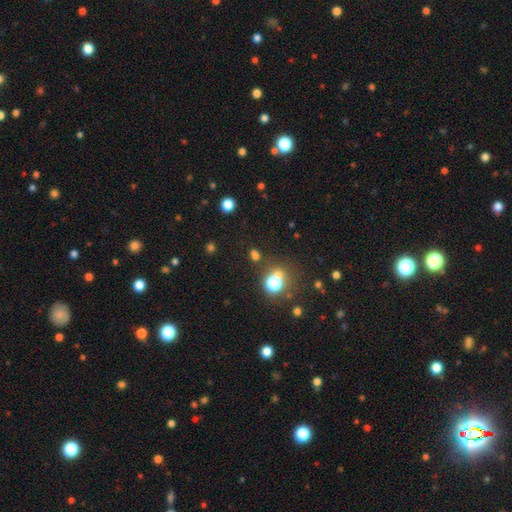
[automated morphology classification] Overall: smooth (55%; star or artifact 38%). How rounded: round (70%). Merging: none (80%).